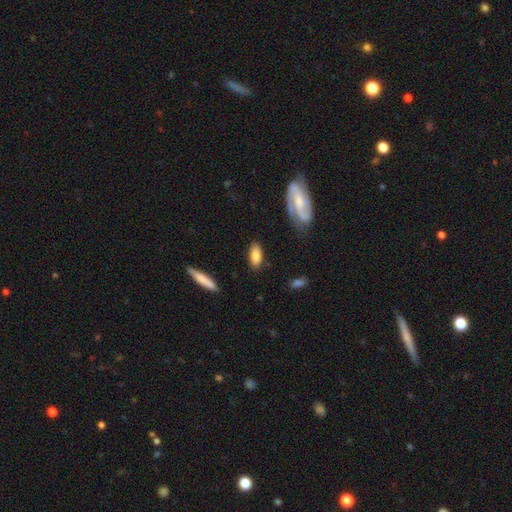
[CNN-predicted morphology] smooth_or_featured: smooth (p=0.80) [alt: featured or disk p=0.14]
how_rounded: in between (p=0.84) [alt: cigar-shaped p=0.13]
merging: none (p=0.84) [alt: minor disturbance p=0.11]